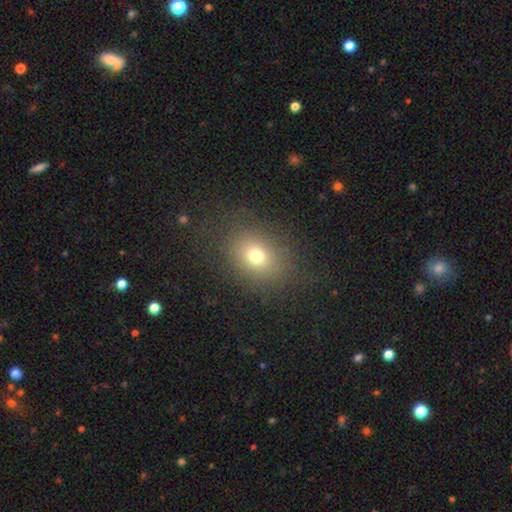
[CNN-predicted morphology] A smooth galaxy with no disk features (71%) that is in between round and cigar-shaped (51%). Merging: none (78%).